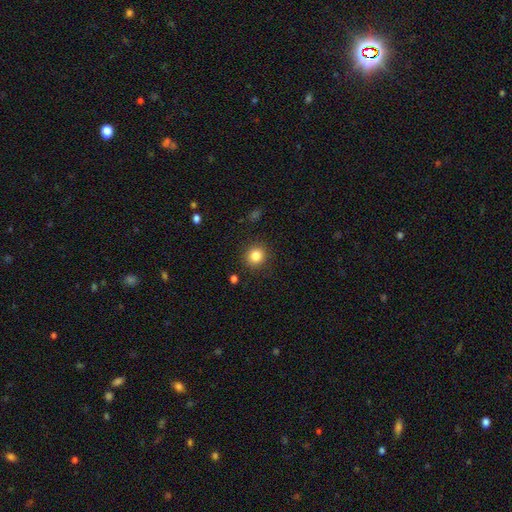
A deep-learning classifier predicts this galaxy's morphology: Smooth or featured? Predicted: smooth (p=0.85). How rounded? Predicted: round (p=0.89). Merging? Predicted: none (p=0.89).